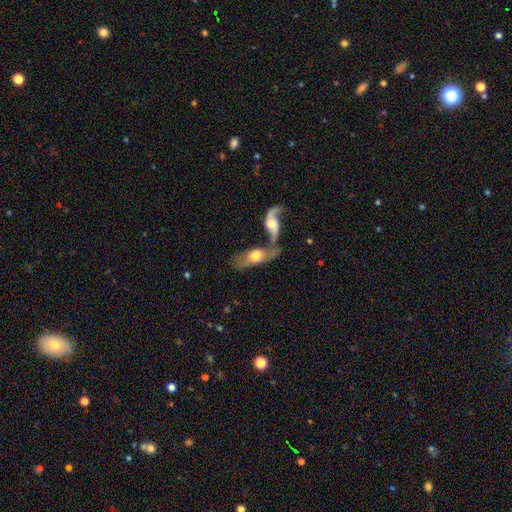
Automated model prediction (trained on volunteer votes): Smooth or featured? featured or disk (49%)
Merging? merger (63%)